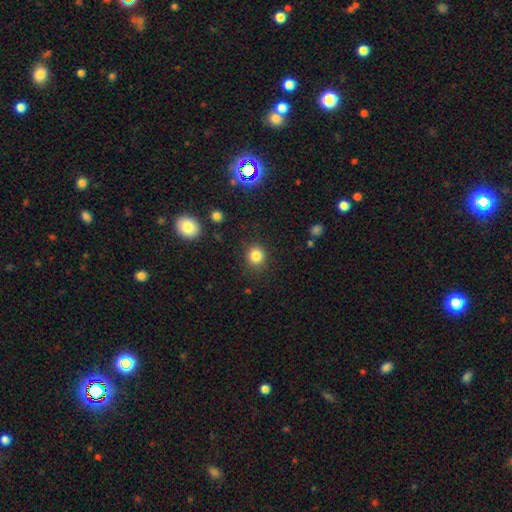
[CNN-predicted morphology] Smooth or featured? Predicted: smooth (p=0.83). How rounded? Predicted: round (p=0.87). Merging? Predicted: none (p=0.87).